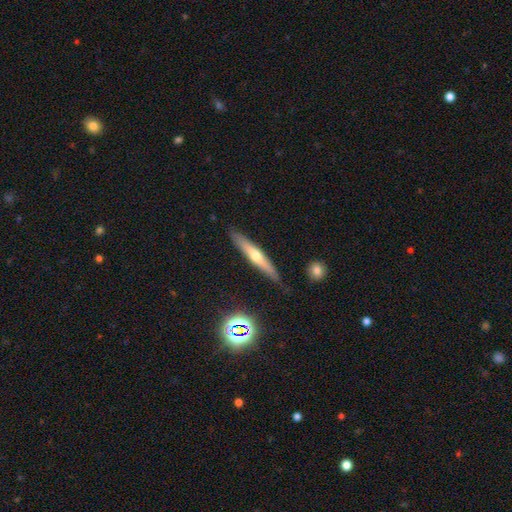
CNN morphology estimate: featured or disk 54%, smooth 39%, star or artifact 8%. Down the decision tree: edge-on disk — yes (93%); merging — none (86%).